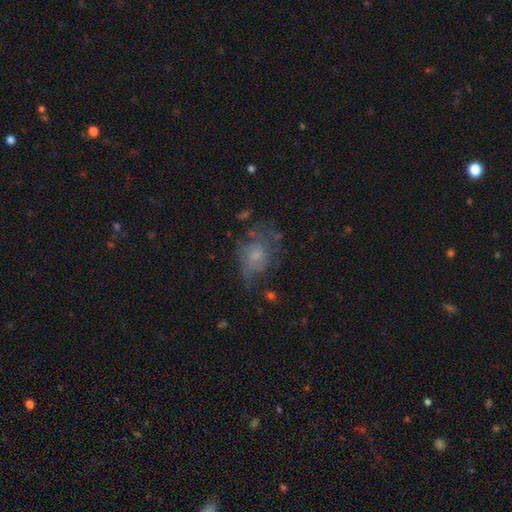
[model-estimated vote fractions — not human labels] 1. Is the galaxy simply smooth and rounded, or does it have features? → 48% featured or disk, 40% smooth, 12% star or artifact.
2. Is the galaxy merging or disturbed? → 45% none, 27% major disturbance, 26% minor disturbance, 3% merger.